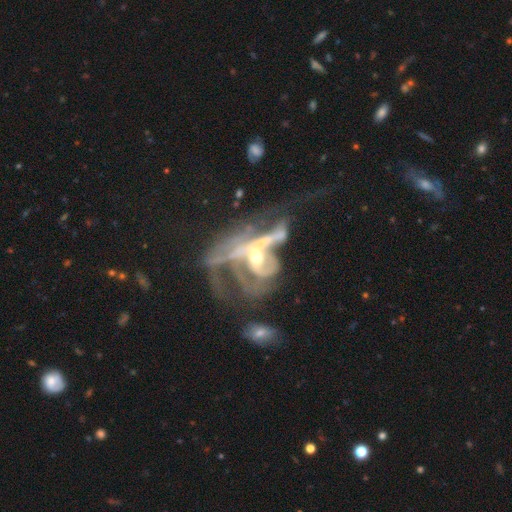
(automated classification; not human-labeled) smooth_or_featured: featured or disk (p=0.78) [alt: smooth p=0.12]
disk_edge_on: no (p=0.92) [alt: yes p=0.08]
bar: no (p=0.61) [alt: weak p=0.25]
has_spiral_arms: yes (p=0.62) [alt: no p=0.38]
bulge_size: moderate (p=0.57) [alt: small p=0.30]
merging: merger (p=0.42) [alt: major disturbance p=0.38]